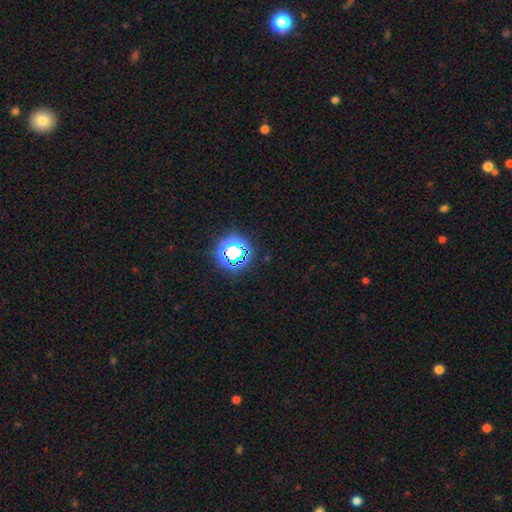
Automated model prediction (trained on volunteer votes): A star or artifact, not a galaxy (79%).

Vote fractions:
- Smooth or featured? star or artifact: 79% / smooth: 15% / featured or disk: 6%